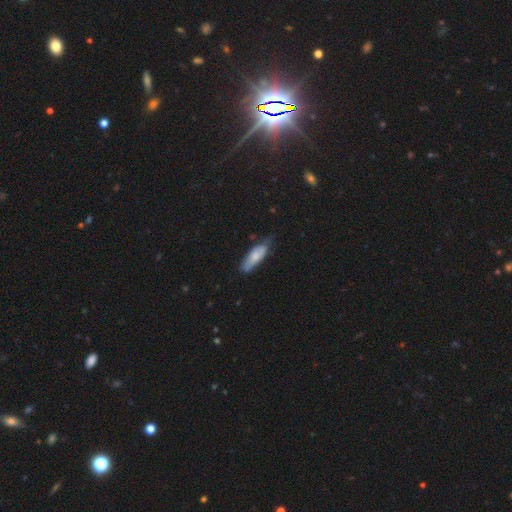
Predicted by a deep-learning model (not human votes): A smooth galaxy with no disk features (69%) that is in between round and cigar-shaped (56%).

Vote fractions:
- Smooth or featured? smooth: 69% / featured or disk: 25% / star or artifact: 6%
- How rounded? in between: 56% / cigar-shaped: 42% / round: 2%
- Merging? none: 58% / minor disturbance: 34% / major disturbance: 7% / merger: 2%